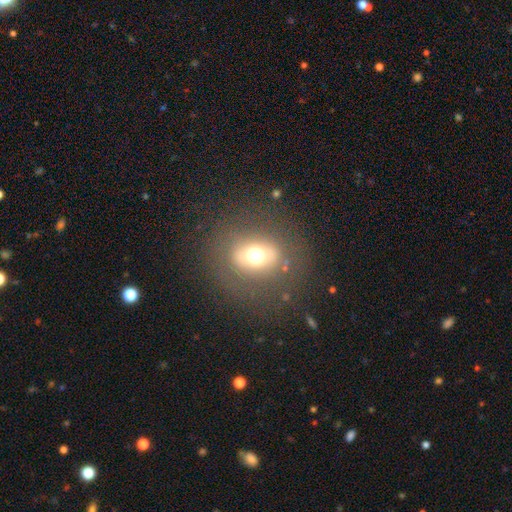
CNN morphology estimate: smooth 61%, featured or disk 21%, star or artifact 18%. Down the decision tree: how rounded — round (65%); merging — none (79%).